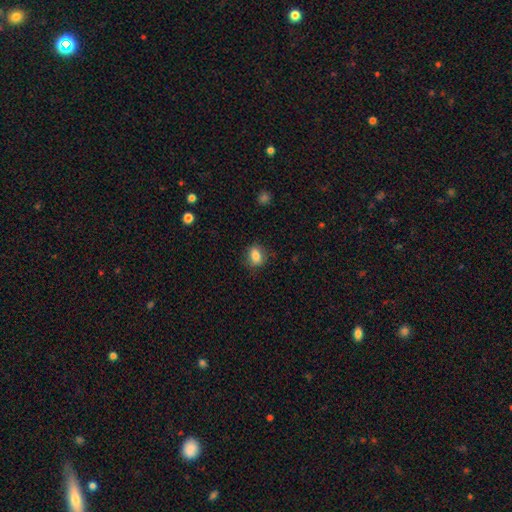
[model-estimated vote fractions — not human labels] This appears to be a smooth galaxy with no disk features (82%) that is in between round and cigar-shaped (59%). Merging: none (80%).